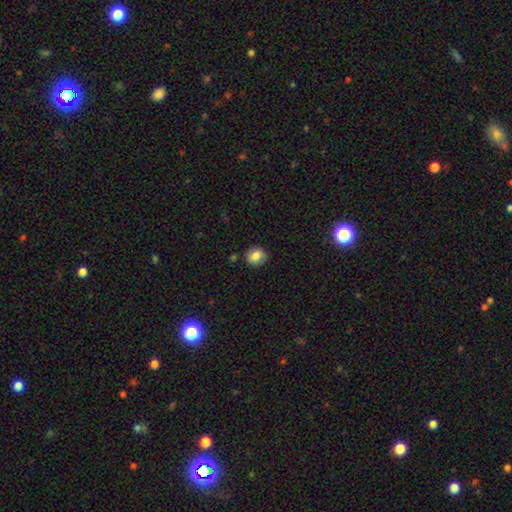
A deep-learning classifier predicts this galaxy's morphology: Smooth or featured: smooth — 84% (star or artifact — 9%)
How rounded: round — 83% (in between — 17%)
Merging: none — 87% (minor disturbance — 8%)